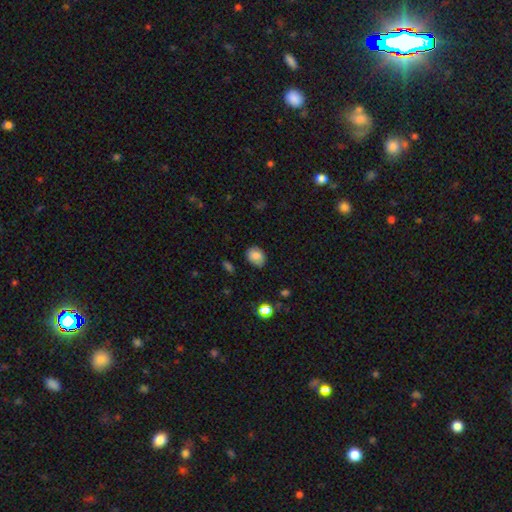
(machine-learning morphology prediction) This is clearly a smooth galaxy (81%). How rounded: likely in between (62%). Merging: likely none (80%).